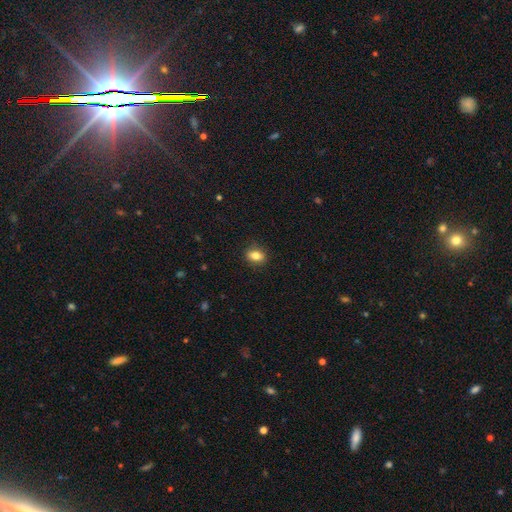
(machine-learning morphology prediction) Smooth or featured?
  - smooth: 82% *
  - featured or disk: 9%
  - star or artifact: 9%
How rounded?
  - in between: 73% *
  - round: 24%
  - cigar-shaped: 3%
Merging?
  - none: 86% *
  - minor disturbance: 10%
  - major disturbance: 2%
  - merger: 1%